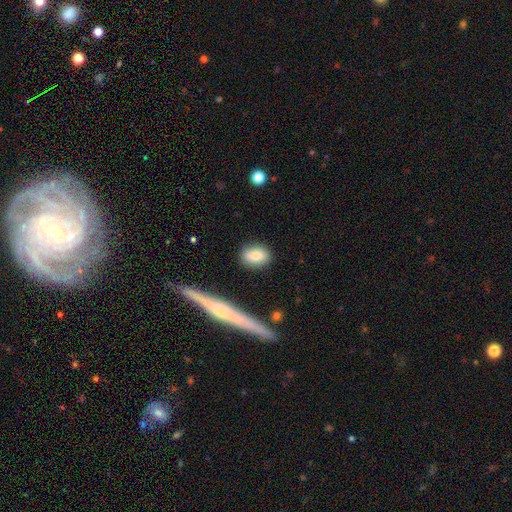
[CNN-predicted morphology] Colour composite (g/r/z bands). It shows a smooth galaxy with no disk features (83%) that is in between round and cigar-shaped (70%). Merging: none (84%).